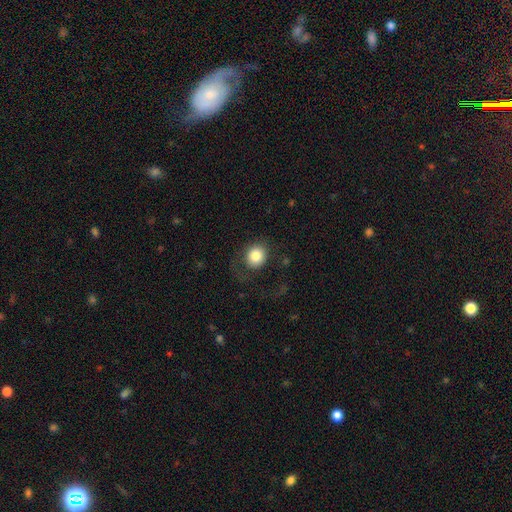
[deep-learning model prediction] A smooth galaxy with no disk features (81%) that is round (78%).

Vote fractions:
- Smooth or featured? smooth: 81% / featured or disk: 10% / star or artifact: 9%
- How rounded? round: 78% / in between: 21% / cigar-shaped: 1%
- Merging? none: 65% / major disturbance: 19% / minor disturbance: 15% / merger: 2%